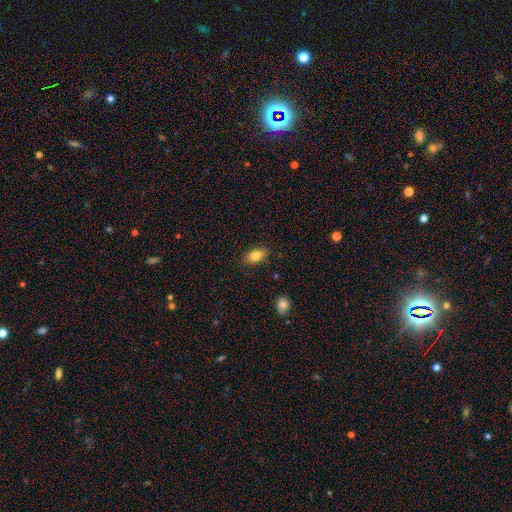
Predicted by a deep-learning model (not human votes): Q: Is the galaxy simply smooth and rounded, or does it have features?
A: smooth — 84%.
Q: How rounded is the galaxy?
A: in between — 90%.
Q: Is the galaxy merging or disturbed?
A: none — 86%.